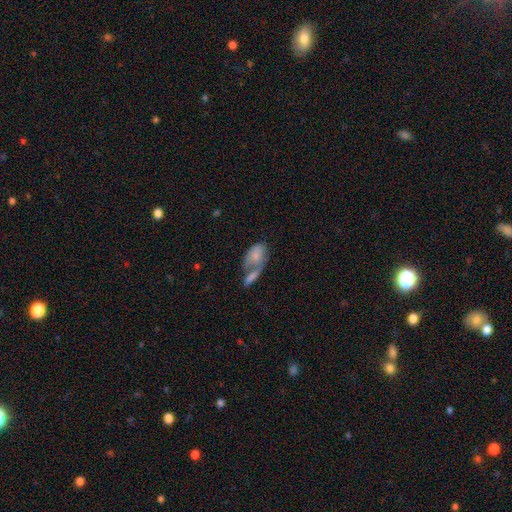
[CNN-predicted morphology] Smooth or featured?
  - smooth: 72% *
  - featured or disk: 21%
  - star or artifact: 7%
How rounded?
  - in between: 91% *
  - round: 6%
  - cigar-shaped: 3%
Merging?
  - merger: 59% *
  - none: 19%
  - minor disturbance: 12%
  - major disturbance: 10%